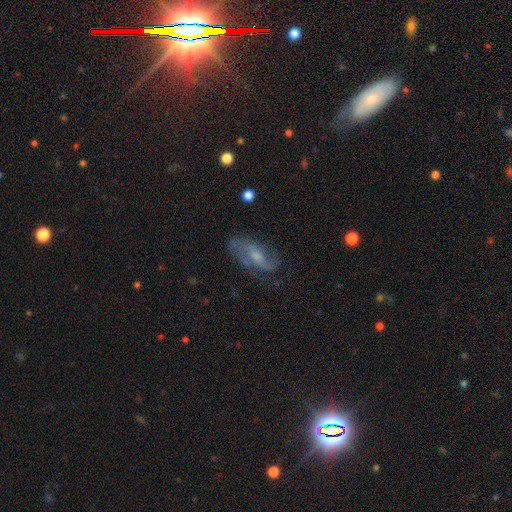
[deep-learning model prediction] A featured or disk galaxy (70%) with no bar (46%), 2 (73%) medium (42%) spiral arms (88%) and a moderate central bulge (42%).

Vote fractions:
- Smooth or featured? featured or disk: 70% / smooth: 21% / star or artifact: 8%
- Edge-on disk? no: 92% / yes: 8%
- Bar? no: 46% / weak: 43% / strong: 11%
- Spiral arms? yes: 88% / no: 12%
- Spiral winding? medium: 42% / loose: 41% / tight: 16%
- Spiral arm count? 2: 73% / can't tell: 14% / 1: 5% / 3: 5% / 4: 2% / more than 4: 2%
- Bulge size? moderate: 42% / small: 37% / none: 14% / large: 6% / dominant: 1%
- Merging? none: 64% / minor disturbance: 21% / major disturbance: 14% / merger: 2%